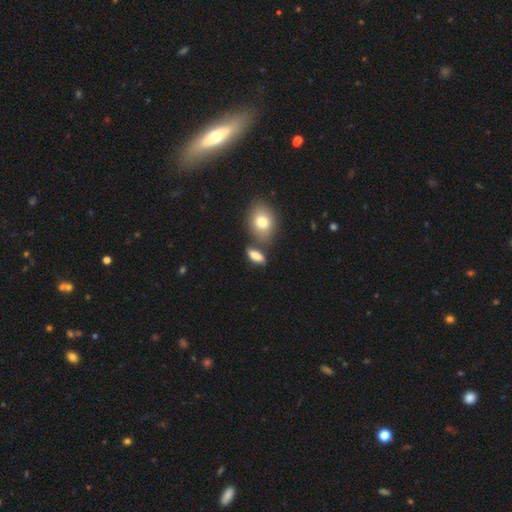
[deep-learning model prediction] Smooth or featured? smooth (81%)
How rounded? in between (77%)
Merging? none (65%)